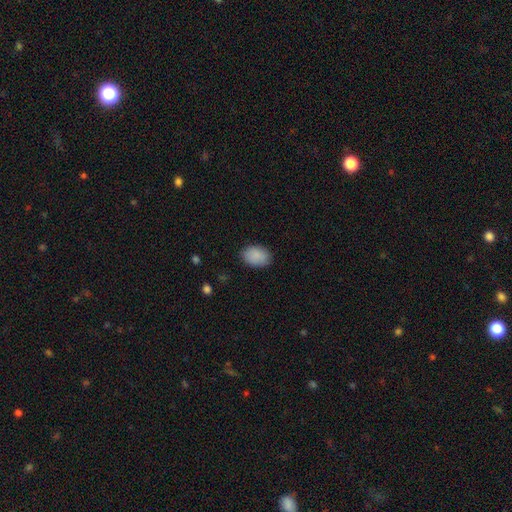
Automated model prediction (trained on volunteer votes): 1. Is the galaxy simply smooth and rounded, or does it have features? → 89% smooth, 7% star or artifact, 4% featured or disk.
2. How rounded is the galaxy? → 84% in between, 15% round, 1% cigar-shaped.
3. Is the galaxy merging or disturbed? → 86% none, 11% minor disturbance, 3% major disturbance, 1% merger.